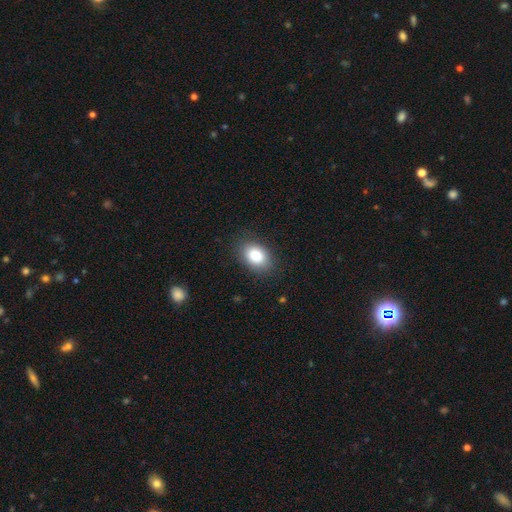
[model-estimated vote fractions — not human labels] smooth 85%, star or artifact 8%, featured or disk 7%. Down the decision tree: how rounded — in between (83%); merging — none (85%).